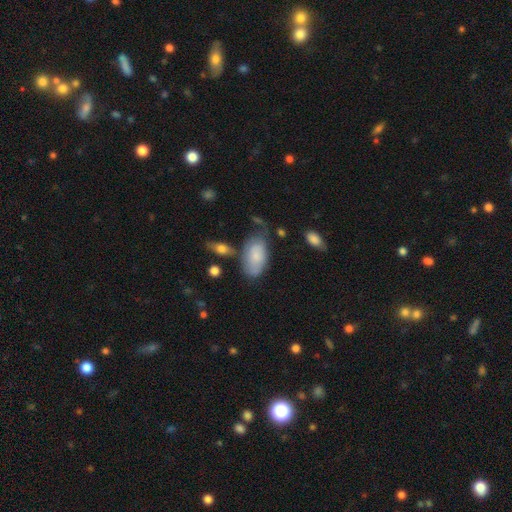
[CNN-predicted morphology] A smooth galaxy with no disk features (75%) that is in between round and cigar-shaped (94%). Merging: none (49%).